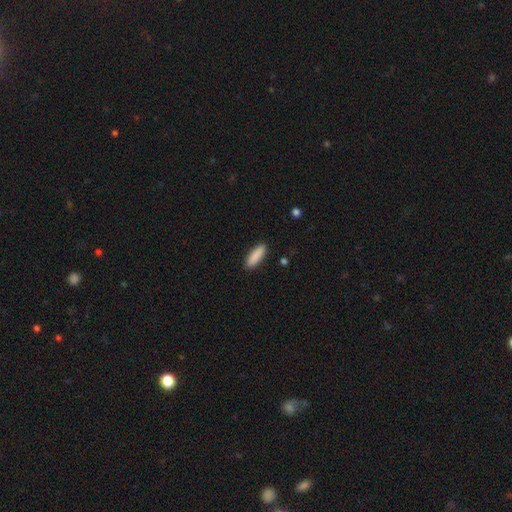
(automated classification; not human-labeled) Morphology: type=smooth (89%); roundness=cigar-shaped (54%); merging=none (89%).